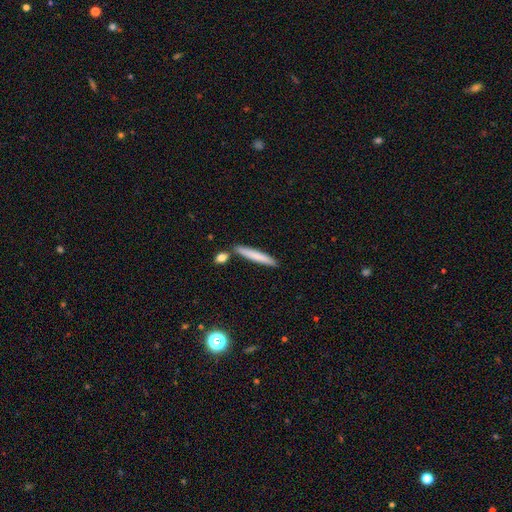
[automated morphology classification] smooth 76%, featured or disk 18%, star or artifact 6%. Down the decision tree: how rounded — cigar-shaped (94%); merging — none (83%).